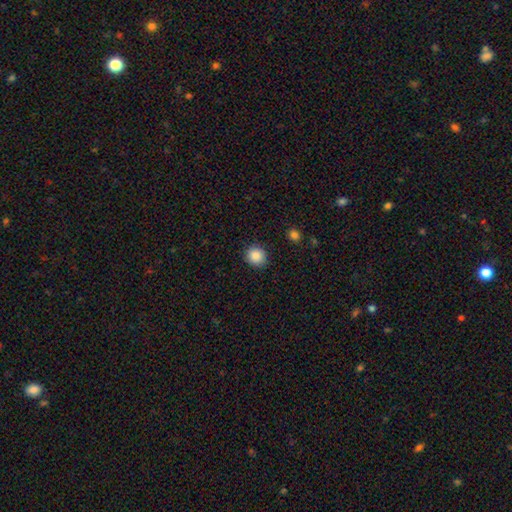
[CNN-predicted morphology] smooth-or-featured: smooth: 87% | star or artifact: 9% | featured or disk: 4%
  how-rounded: round: 90% | in between: 9% | cigar-shaped: 1%
  merging: none: 91% | minor disturbance: 6% | major disturbance: 2% | merger: 1%